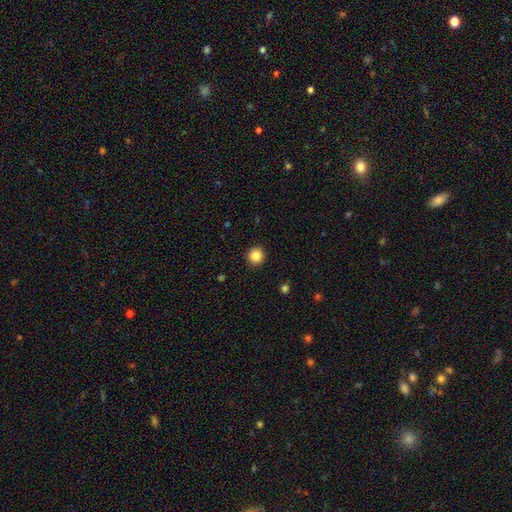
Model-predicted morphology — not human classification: smooth_or_featured: smooth (p=0.86) [alt: star or artifact p=0.10]
how_rounded: round (p=0.94) [alt: in between p=0.05]
merging: none (p=0.92) [alt: minor disturbance p=0.05]